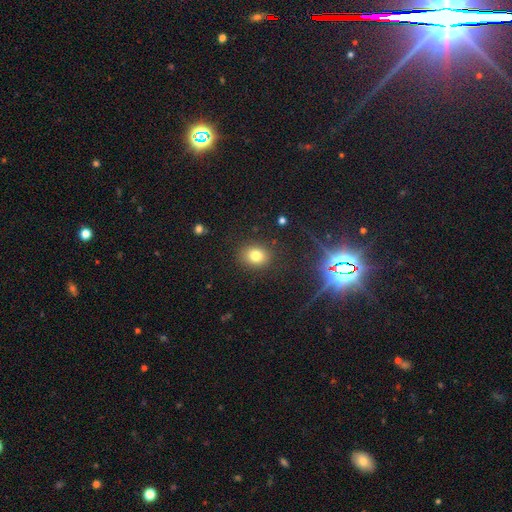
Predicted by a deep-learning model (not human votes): The model was most divided on "how rounded": round: 55%, in between: 44%, cigar-shaped: 1%. More confident: merging — none (87%); smooth or featured — smooth (78%).